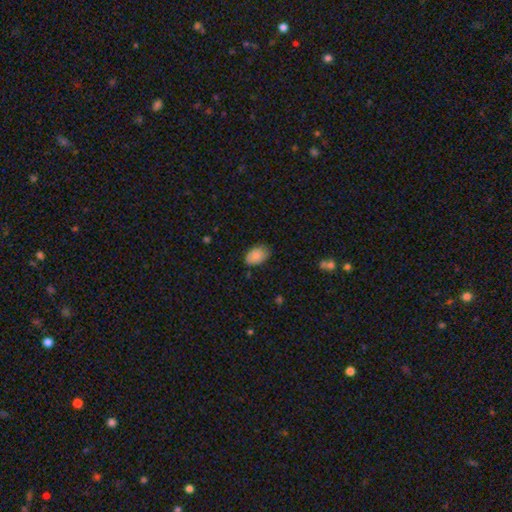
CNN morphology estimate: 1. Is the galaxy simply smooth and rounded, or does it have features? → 87% smooth, 7% star or artifact, 6% featured or disk.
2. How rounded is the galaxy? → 89% in between, 10% round, 1% cigar-shaped.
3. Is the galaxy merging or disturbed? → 74% none, 21% minor disturbance, 4% major disturbance, 1% merger.